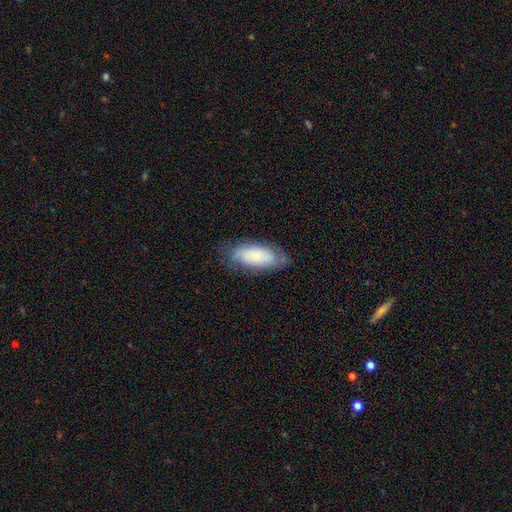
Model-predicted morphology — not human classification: This appears to be a smooth galaxy with no disk features (65%) that is in between round and cigar-shaped (86%). Merging: none (69%).